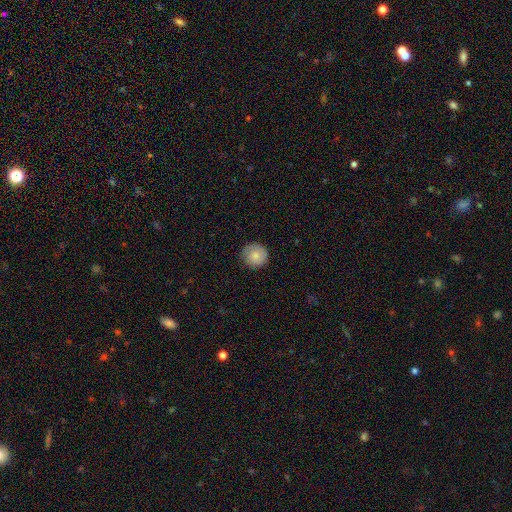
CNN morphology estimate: smooth 79%, featured or disk 14%, star or artifact 7%. Down the decision tree: how rounded — round (93%); merging — none (85%).